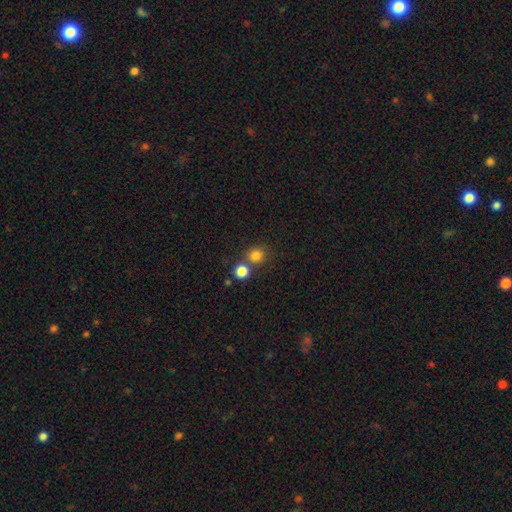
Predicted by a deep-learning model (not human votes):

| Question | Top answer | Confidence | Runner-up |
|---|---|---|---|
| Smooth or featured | smooth | 80% | star or artifact (14%) |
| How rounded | round | 88% | in between (11%) |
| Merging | none | 63% | merger (27%) |